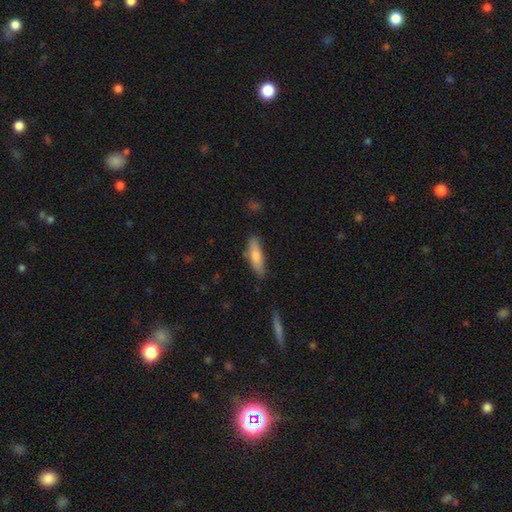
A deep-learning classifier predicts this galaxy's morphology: This appears to be a smooth galaxy with no disk features (71%) that is cigar-shaped (62%). Merging: none (79%).